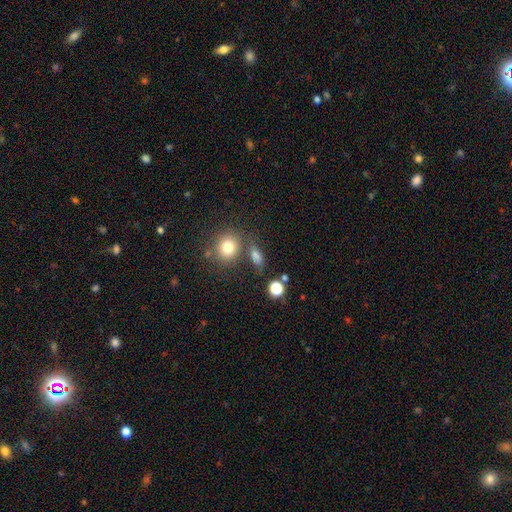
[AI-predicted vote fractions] Morphology: type=smooth (77%); roundness=in between (65%); merging=none (63%).